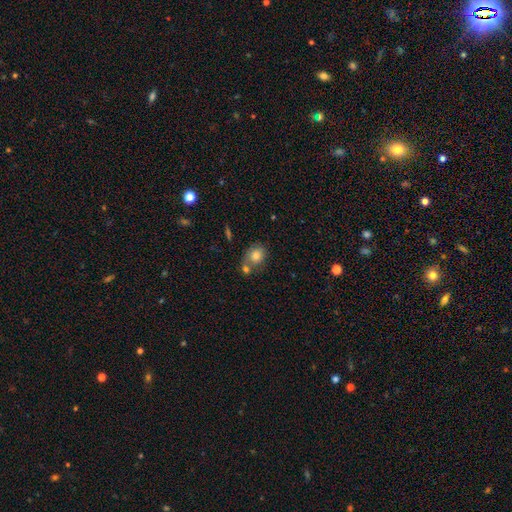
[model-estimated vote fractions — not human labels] This appears to be a smooth galaxy with no disk features (79%) that is round (58%). Merging: none (50%).